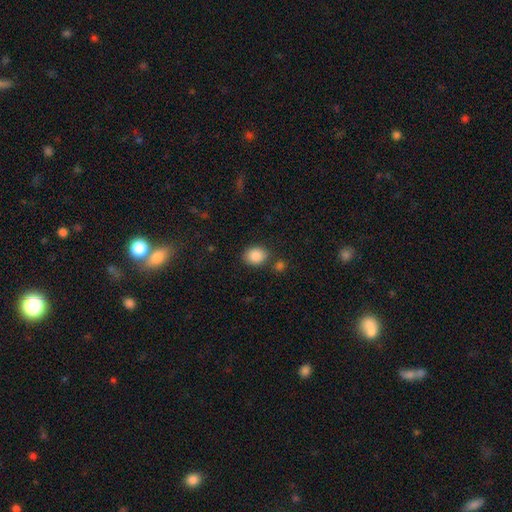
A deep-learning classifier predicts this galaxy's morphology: Smooth or featured? Predicted: smooth (p=0.87). How rounded? Predicted: in between (p=0.51). Merging? Predicted: none (p=0.77).